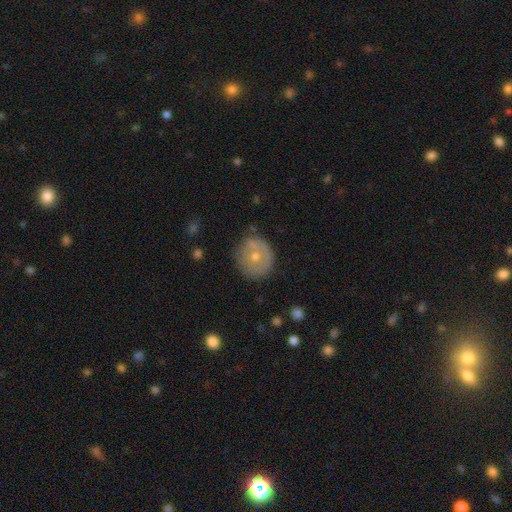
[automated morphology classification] smooth_or_featured: smooth (p=0.54) [alt: featured or disk p=0.38]
how_rounded: round (p=0.89) [alt: in between p=0.10]
merging: none (p=0.77) [alt: minor disturbance p=0.16]